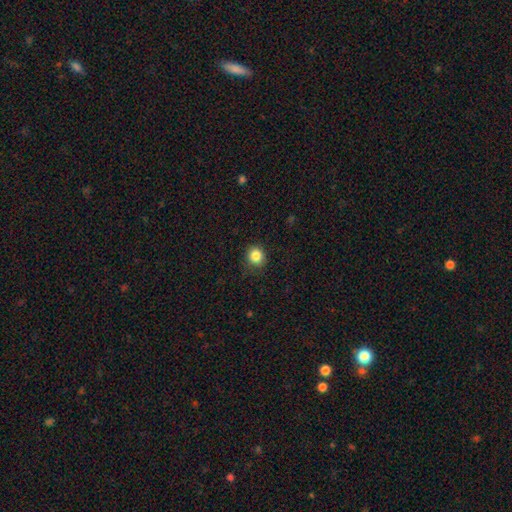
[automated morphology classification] Smooth or featured? smooth (85%)
How rounded? round (85%)
Merging? none (87%)